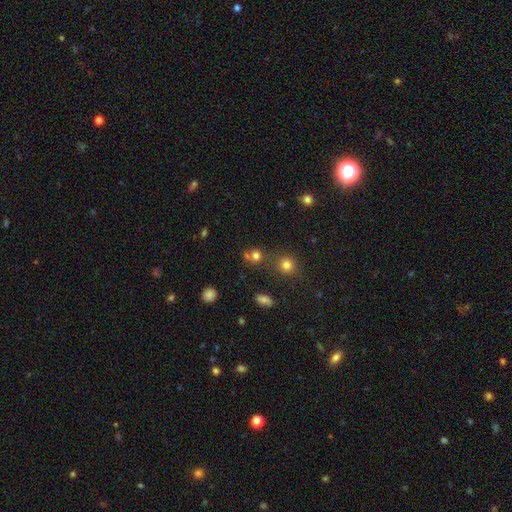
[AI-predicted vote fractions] Smooth or featured: smooth — 71% (star or artifact — 21%)
How rounded: round — 83% (in between — 16%)
Merging: none — 57% (merger — 29%)